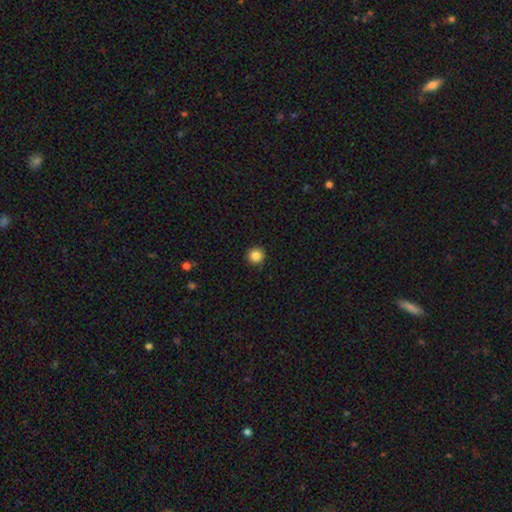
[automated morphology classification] The model was most divided on "smooth or featured": smooth: 86%, star or artifact: 10%, featured or disk: 4%. More confident: how rounded — round (95%); merging — none (92%).